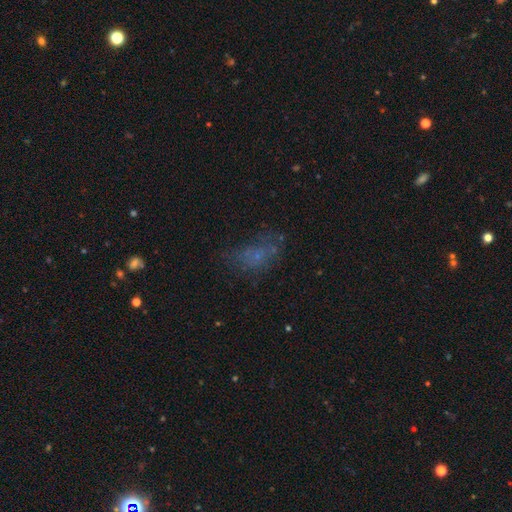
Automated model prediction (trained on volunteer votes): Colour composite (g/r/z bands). It shows a smooth galaxy with no disk features (46%). Merging: none (42%).